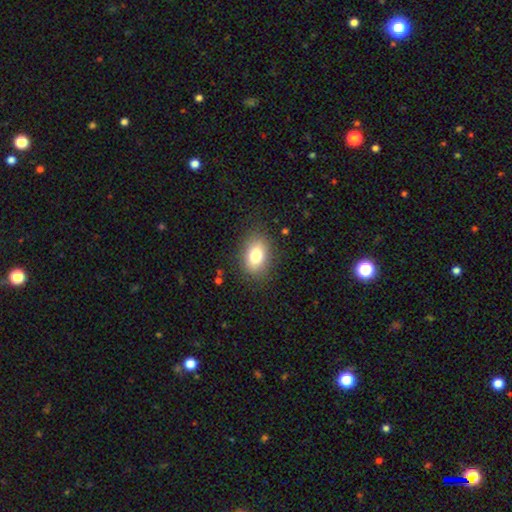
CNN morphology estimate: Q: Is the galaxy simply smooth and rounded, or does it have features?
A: smooth — 78%.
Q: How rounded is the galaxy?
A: in between — 80%.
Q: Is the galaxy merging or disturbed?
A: none — 83%.